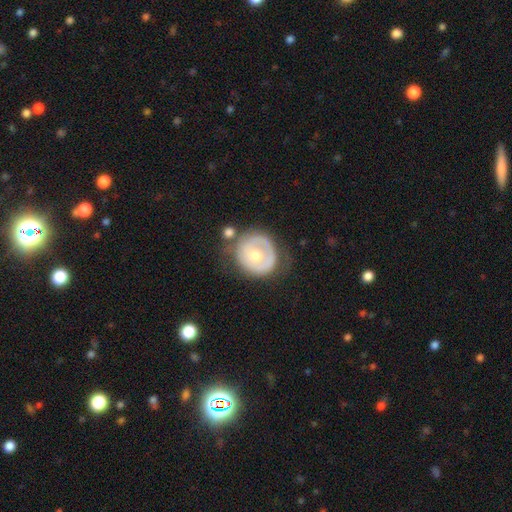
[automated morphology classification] This appears to be a featured or disk galaxy (53%) with no bar (83%), no spiral arms (73%) and a moderate central bulge (71%). Merging: none (55%).